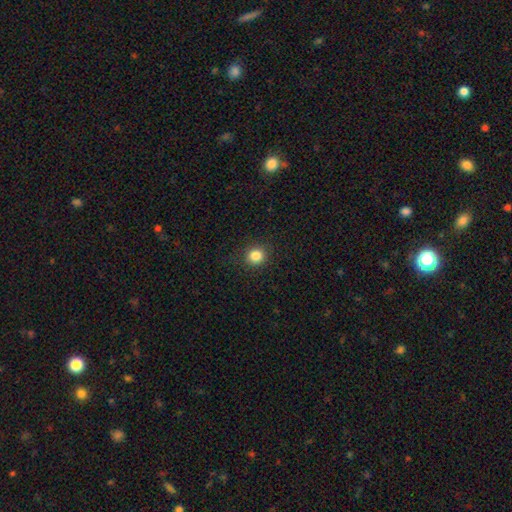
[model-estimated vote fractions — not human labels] Overall: smooth (84%). How rounded: round (90%). Merging: none (90%).